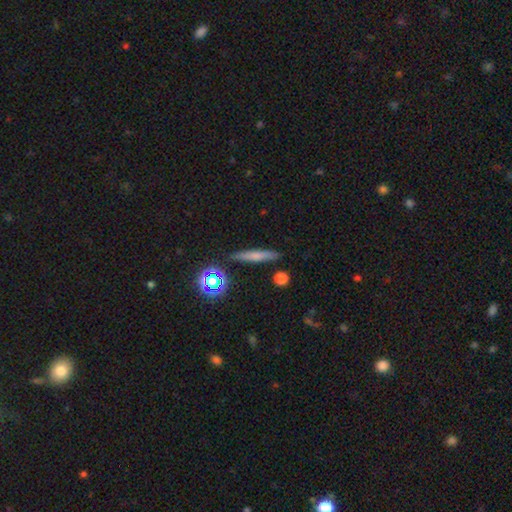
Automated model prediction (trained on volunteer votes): A smooth galaxy with no disk features (63%) that is cigar-shaped (88%). Merging: none (86%).